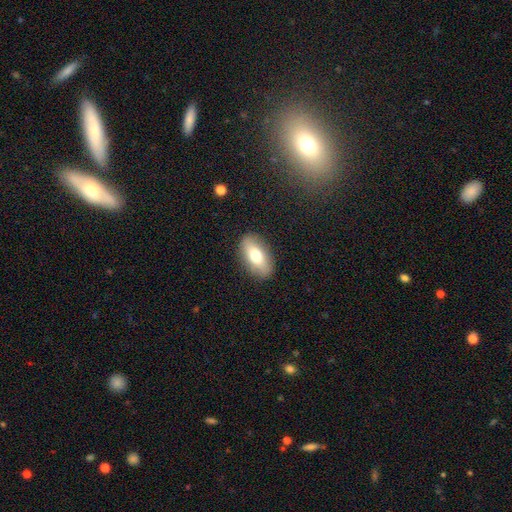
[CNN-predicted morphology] A smooth galaxy with no disk features (70%) that is in between round and cigar-shaped (90%). Merging: none (87%).